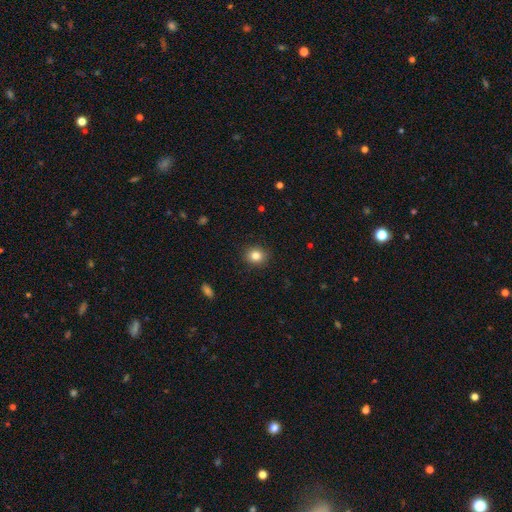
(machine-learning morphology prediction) Overall: smooth (83%). How rounded: round (78%). Merging: none (90%).